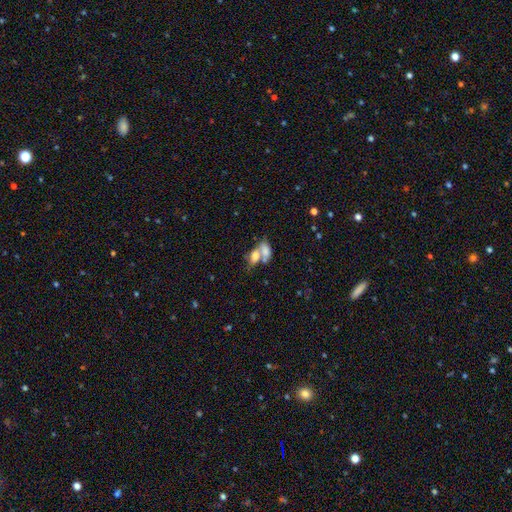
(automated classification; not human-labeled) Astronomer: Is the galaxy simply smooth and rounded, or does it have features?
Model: smooth — 68%.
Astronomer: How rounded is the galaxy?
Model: in between — 85%.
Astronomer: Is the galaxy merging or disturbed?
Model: merger — 70%.